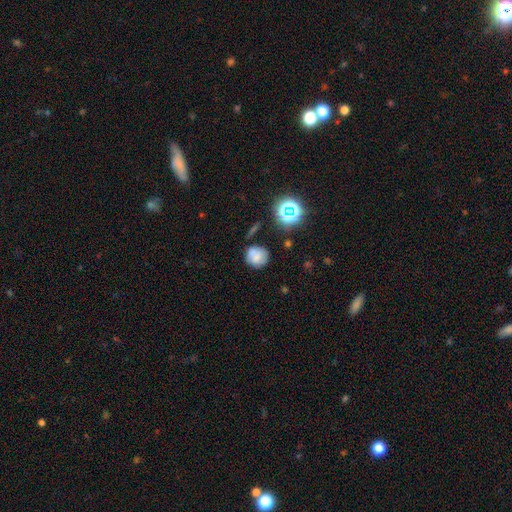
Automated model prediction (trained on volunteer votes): smooth_or_featured: smooth (p=0.70) [alt: featured or disk p=0.16]
how_rounded: round (p=0.86) [alt: in between p=0.13]
merging: none (p=0.66) [alt: minor disturbance p=0.20]